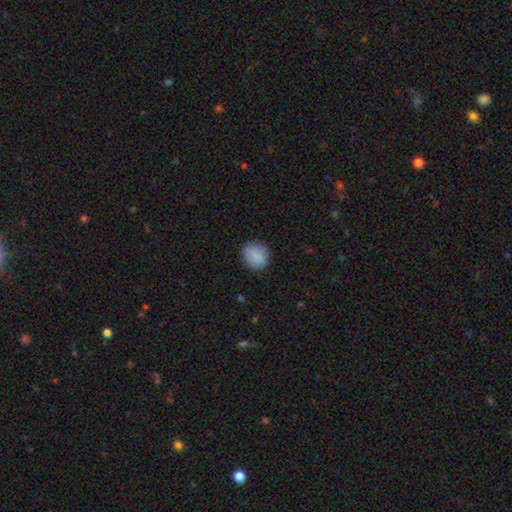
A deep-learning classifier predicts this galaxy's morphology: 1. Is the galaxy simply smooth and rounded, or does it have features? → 88% smooth, 8% star or artifact, 5% featured or disk.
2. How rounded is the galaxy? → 78% round, 21% in between, 1% cigar-shaped.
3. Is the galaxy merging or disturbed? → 87% none, 10% minor disturbance, 3% major disturbance, 1% merger.